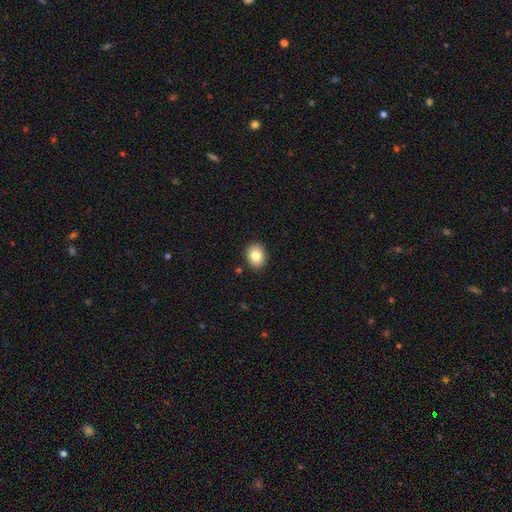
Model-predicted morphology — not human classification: smooth-or-featured: smooth: 81% | featured or disk: 10% | star or artifact: 9%
  how-rounded: round: 50% | in between: 49% | cigar-shaped: 1%
  merging: none: 89% | minor disturbance: 8% | major disturbance: 2% | merger: 2%